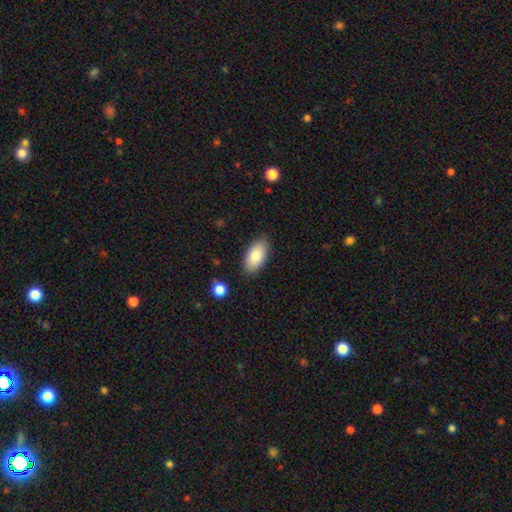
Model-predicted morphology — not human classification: Smooth or featured? Predicted: smooth (p=0.85). How rounded? Predicted: in between (p=0.94). Merging? Predicted: none (p=0.85).